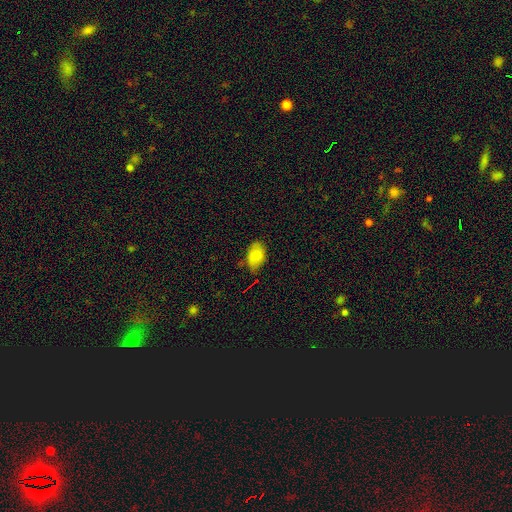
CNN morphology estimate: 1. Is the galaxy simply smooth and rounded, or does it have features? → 79% smooth, 13% featured or disk, 8% star or artifact.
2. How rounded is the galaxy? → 90% in between, 8% round, 2% cigar-shaped.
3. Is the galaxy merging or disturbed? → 60% none, 30% minor disturbance, 7% major disturbance, 3% merger.